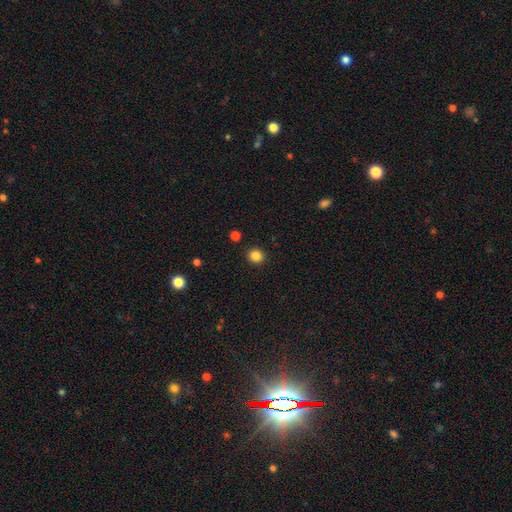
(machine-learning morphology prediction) Overall: smooth (85%). How rounded: round (85%). Merging: none (91%).